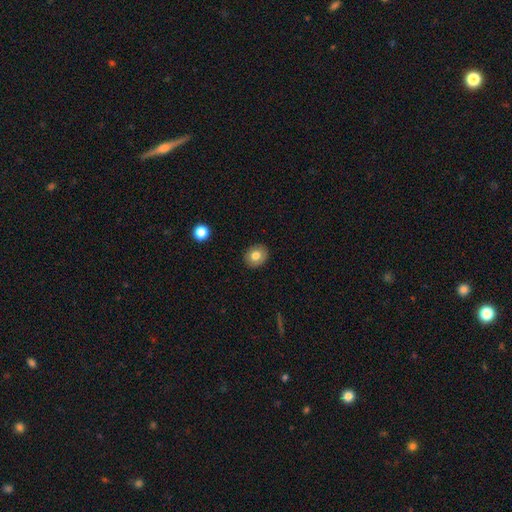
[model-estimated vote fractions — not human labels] The model was most divided on "how rounded": round: 66%, in between: 33%, cigar-shaped: 1%. More confident: merging — none (90%); smooth or featured — smooth (79%).